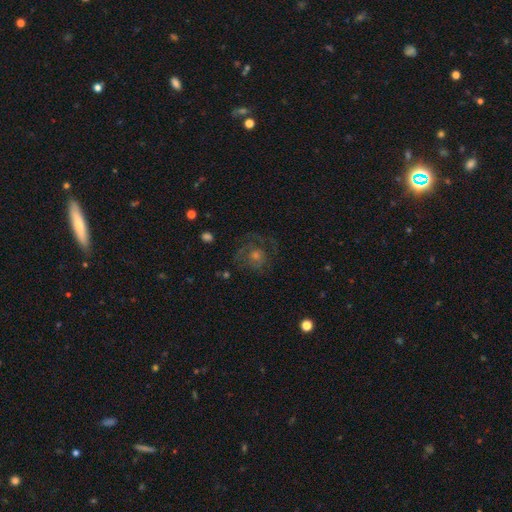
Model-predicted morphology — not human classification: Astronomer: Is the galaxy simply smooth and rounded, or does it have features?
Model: featured or disk — 54%.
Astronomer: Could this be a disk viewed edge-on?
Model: no — 97%.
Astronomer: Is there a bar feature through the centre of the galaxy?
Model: no — 83%.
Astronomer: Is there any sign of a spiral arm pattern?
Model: yes — 62% (runner-up: no, 38%).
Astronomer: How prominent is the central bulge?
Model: moderate — 52% (runner-up: small, 34%).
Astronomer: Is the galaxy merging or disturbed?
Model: none — 64%.